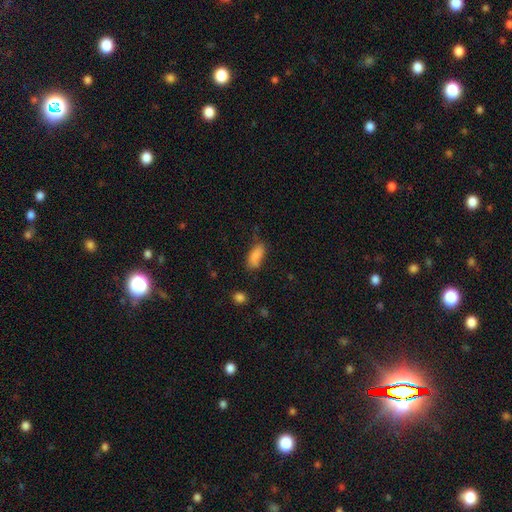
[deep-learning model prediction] This appears to be a smooth galaxy with no disk features (84%) that is in between round and cigar-shaped (82%). Merging: none (59%).